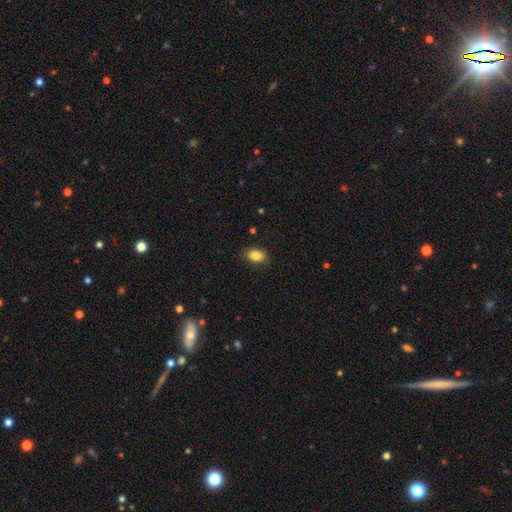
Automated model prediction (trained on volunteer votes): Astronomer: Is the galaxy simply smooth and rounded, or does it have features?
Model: smooth — 86%.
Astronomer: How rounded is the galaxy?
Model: in between — 86%.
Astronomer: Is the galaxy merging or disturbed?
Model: none — 84%.